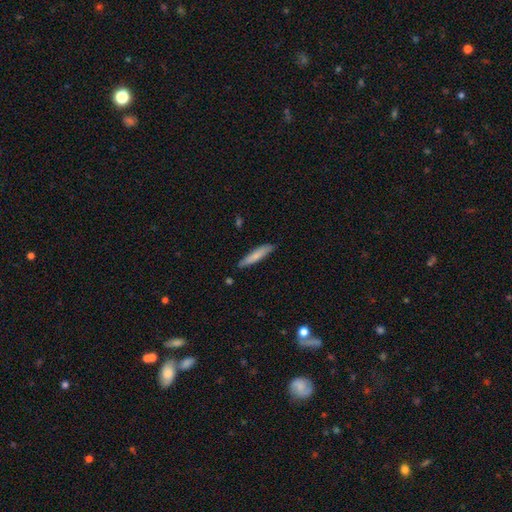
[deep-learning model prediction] Morphology: type=smooth (75%); roundness=cigar-shaped (88%); merging=none (86%).